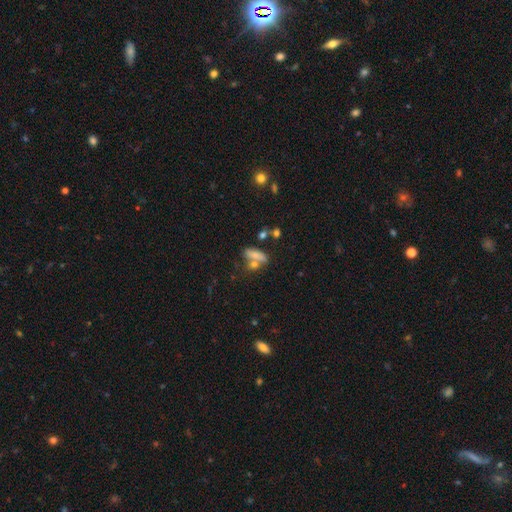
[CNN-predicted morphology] type=smooth (74%); roundness=in between (59%); merging=none (49%).